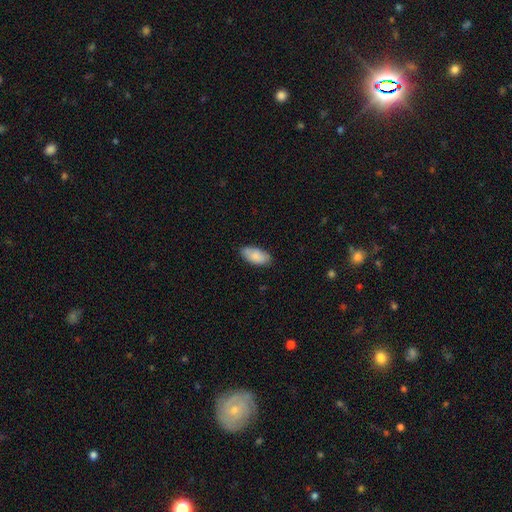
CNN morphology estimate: A smooth galaxy with no disk features (85%) that is in between round and cigar-shaped (92%). Merging: none (83%).